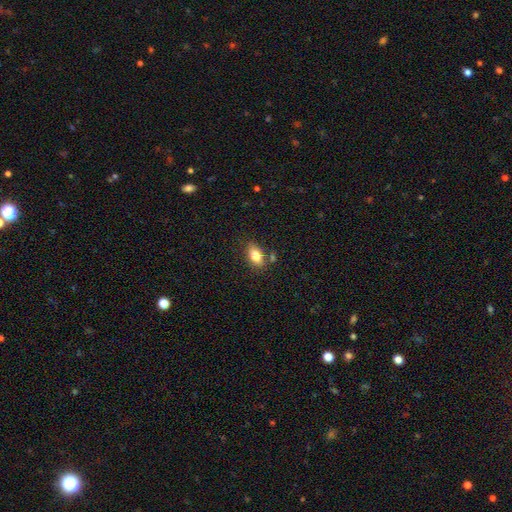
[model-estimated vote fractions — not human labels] A smooth galaxy with no disk features (81%) that is in between round and cigar-shaped (87%).

Vote fractions:
- Smooth or featured? smooth: 81% / featured or disk: 11% / star or artifact: 8%
- How rounded? in between: 87% / round: 9% / cigar-shaped: 4%
- Merging? none: 74% / minor disturbance: 14% / merger: 9% / major disturbance: 3%